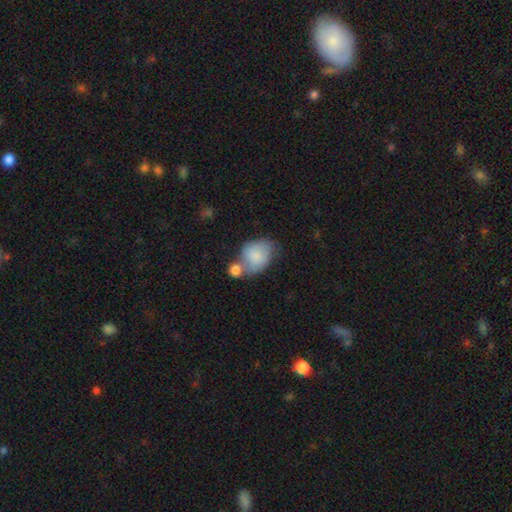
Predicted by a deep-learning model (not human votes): smooth_or_featured: smooth (p=0.72) [alt: featured or disk p=0.21]
how_rounded: in between (p=0.65) [alt: round p=0.34]
merging: merger (p=0.40) [alt: none p=0.31]